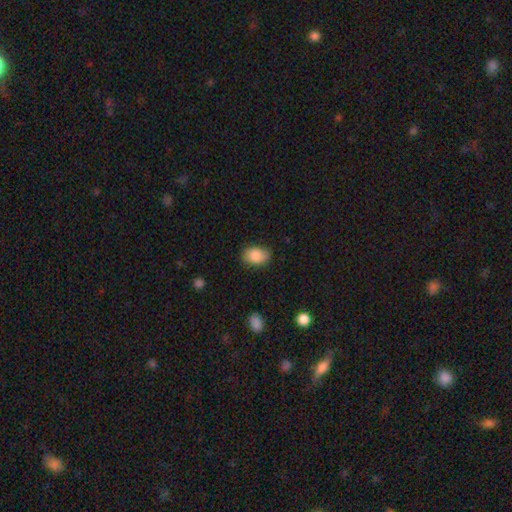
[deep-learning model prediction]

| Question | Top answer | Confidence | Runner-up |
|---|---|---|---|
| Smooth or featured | smooth | 85% | featured or disk (8%) |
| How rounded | in between | 80% | round (19%) |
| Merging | none | 74% | minor disturbance (21%) |